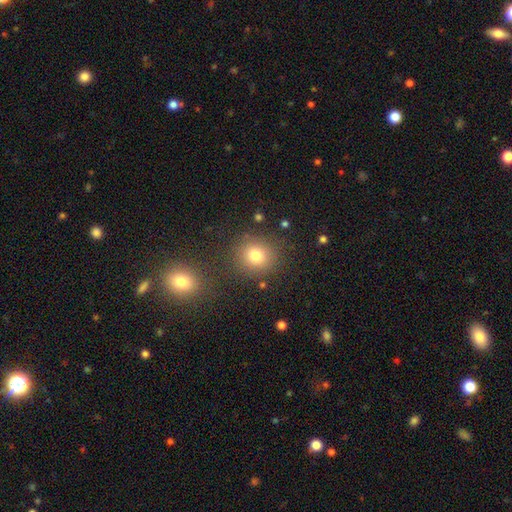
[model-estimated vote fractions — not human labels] smooth-or-featured: smooth: 78% | star or artifact: 14% | featured or disk: 8%
  how-rounded: round: 84% | in between: 15% | cigar-shaped: 1%
  merging: none: 82% | minor disturbance: 9% | merger: 6% | major disturbance: 4%